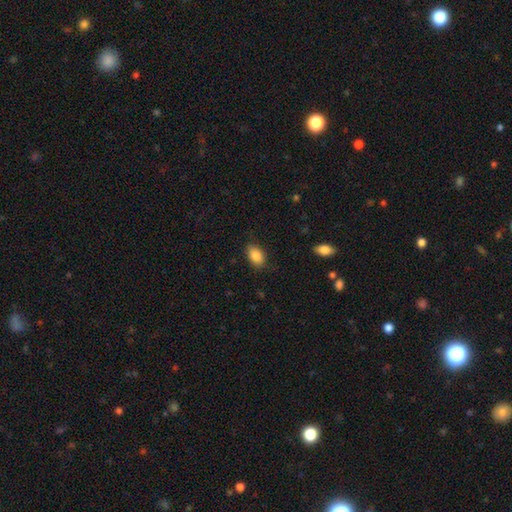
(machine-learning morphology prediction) Smooth or featured: smooth — 86% (star or artifact — 8%)
How rounded: in between — 88% (round — 11%)
Merging: none — 83% (minor disturbance — 13%)